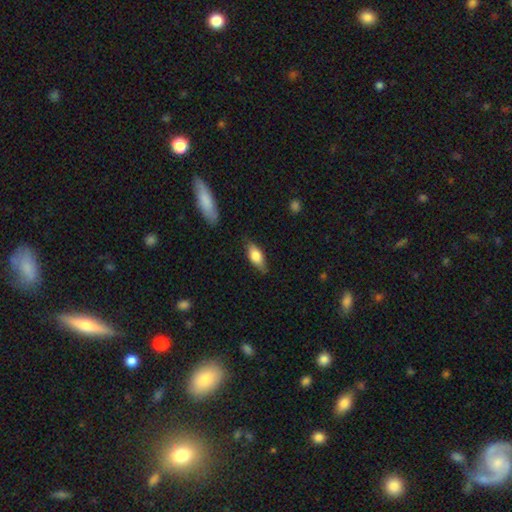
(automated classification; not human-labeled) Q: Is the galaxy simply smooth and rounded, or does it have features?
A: smooth — 68%.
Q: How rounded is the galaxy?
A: in between — 77%.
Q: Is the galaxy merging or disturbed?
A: none — 77%.